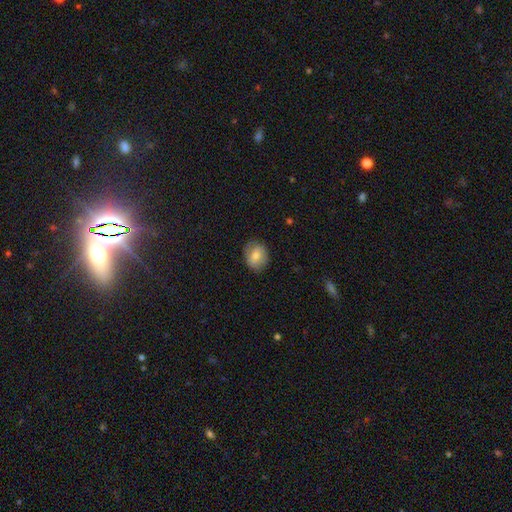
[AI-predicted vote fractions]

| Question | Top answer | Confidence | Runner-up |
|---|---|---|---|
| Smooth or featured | smooth | 69% | featured or disk (23%) |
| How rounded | round | 54% | in between (45%) |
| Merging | none | 80% | minor disturbance (15%) |